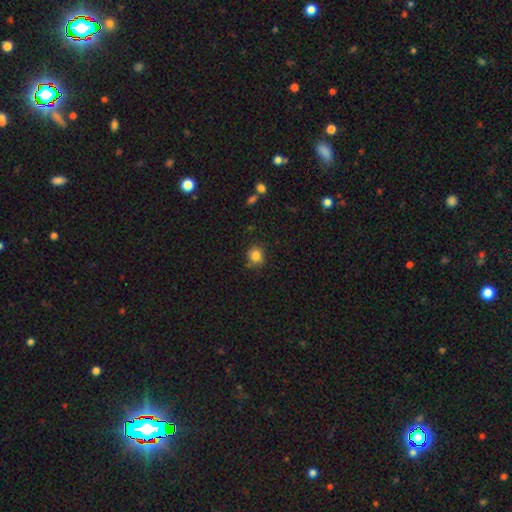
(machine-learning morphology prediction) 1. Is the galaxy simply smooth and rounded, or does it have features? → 83% smooth, 11% star or artifact, 6% featured or disk.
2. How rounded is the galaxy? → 82% round, 17% in between, 1% cigar-shaped.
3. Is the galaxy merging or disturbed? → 76% none, 16% minor disturbance, 4% merger, 4% major disturbance.